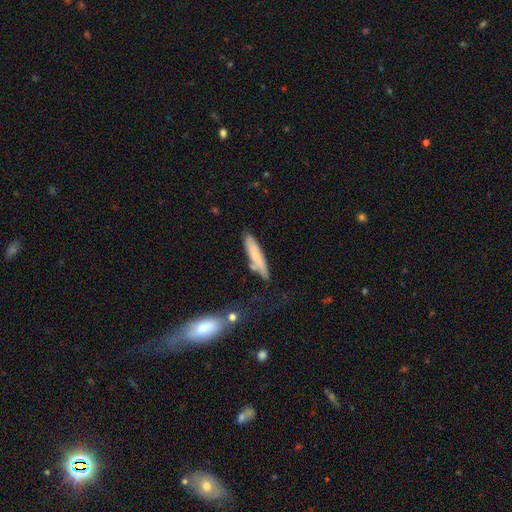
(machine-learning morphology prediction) Q: Smooth or featured?
A: smooth (71%); runner-up: featured or disk (23%)
Q: How rounded?
A: cigar-shaped (86%); runner-up: in between (13%)
Q: Merging?
A: none (73%); runner-up: minor disturbance (18%)